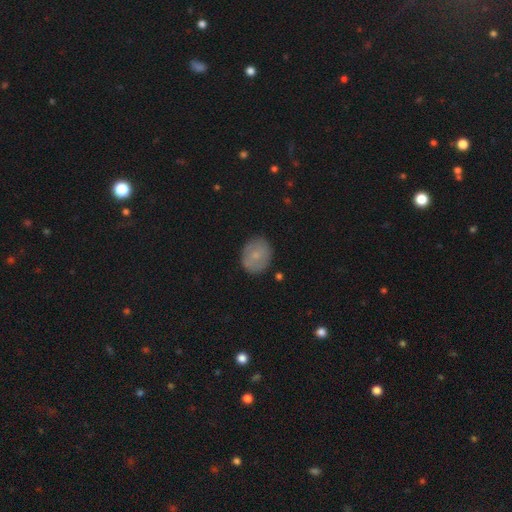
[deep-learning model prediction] Morphology: type=smooth (66%); roundness=round (61%); merging=none (84%).